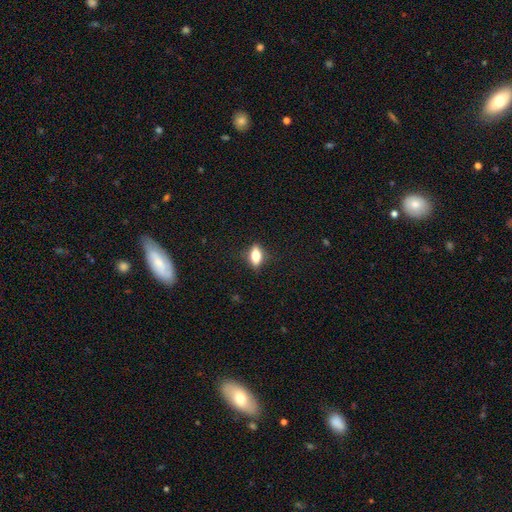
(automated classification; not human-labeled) smooth 70%, featured or disk 21%, star or artifact 9%. Down the decision tree: how rounded — in between (78%); merging — none (83%).